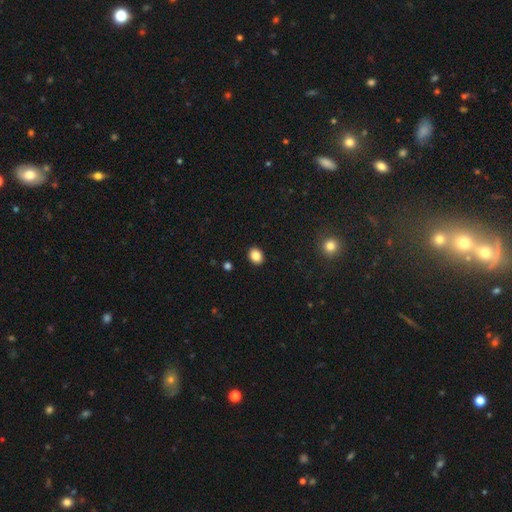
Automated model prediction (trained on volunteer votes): smooth_or_featured: smooth (p=0.86) [alt: star or artifact p=0.09]
how_rounded: in between (p=0.54) [alt: round p=0.45]
merging: none (p=0.91) [alt: minor disturbance p=0.06]